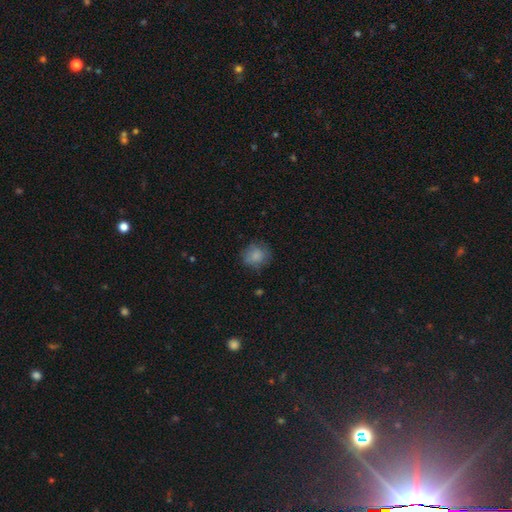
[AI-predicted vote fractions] A smooth galaxy with no disk features (81%) that is round (80%).

Vote fractions:
- Smooth or featured? smooth: 81% / featured or disk: 10% / star or artifact: 9%
- How rounded? round: 80% / in between: 19% / cigar-shaped: 1%
- Merging? none: 74% / minor disturbance: 19% / major disturbance: 6% / merger: 1%